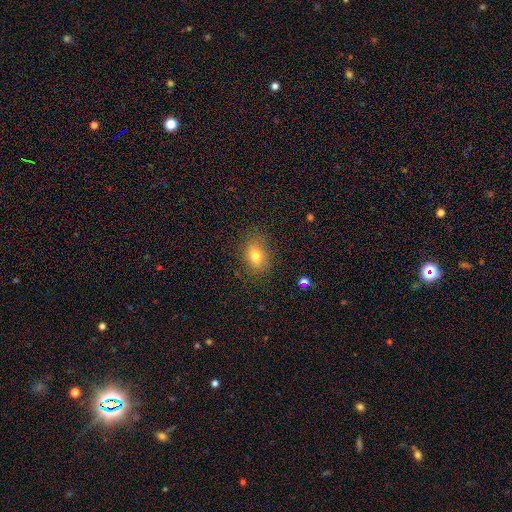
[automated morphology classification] Smooth or featured: smooth — 77% (star or artifact — 12%)
How rounded: in between — 68% (round — 30%)
Merging: none — 83% (minor disturbance — 12%)